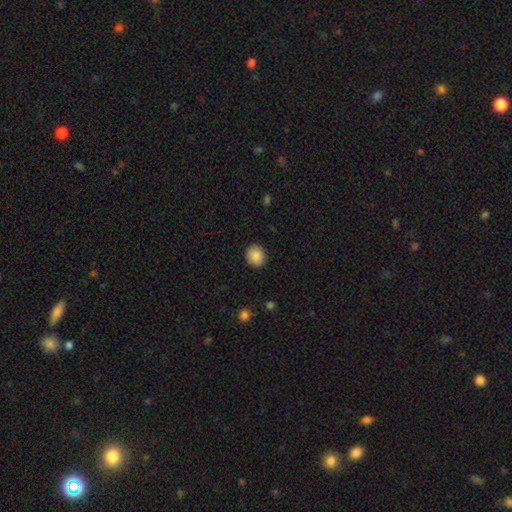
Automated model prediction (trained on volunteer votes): smooth-or-featured: smooth: 88% | star or artifact: 8% | featured or disk: 4%
  how-rounded: round: 84% | in between: 15% | cigar-shaped: 1%
  merging: none: 90% | minor disturbance: 7% | major disturbance: 2% | merger: 1%